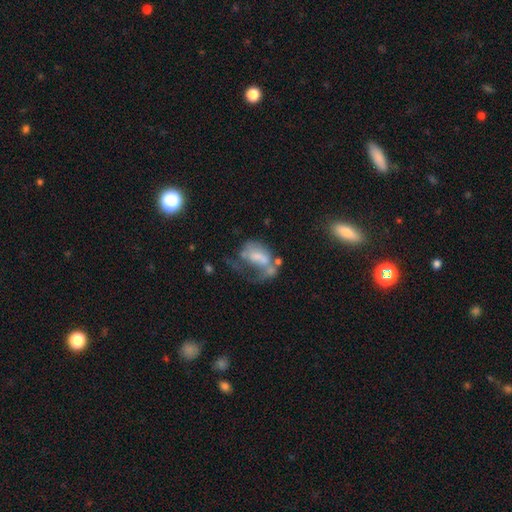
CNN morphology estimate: Smooth or featured? Predicted: featured or disk (p=0.51). Edge-on disk? Predicted: no (p=0.96). Merging? Predicted: major disturbance (p=0.44).